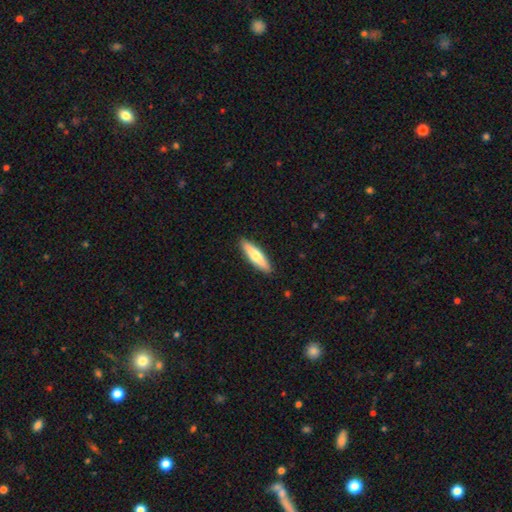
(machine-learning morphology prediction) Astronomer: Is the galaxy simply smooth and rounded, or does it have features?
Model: smooth — 65%.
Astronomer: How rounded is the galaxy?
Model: cigar-shaped — 77%.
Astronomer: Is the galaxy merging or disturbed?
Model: none — 91%.